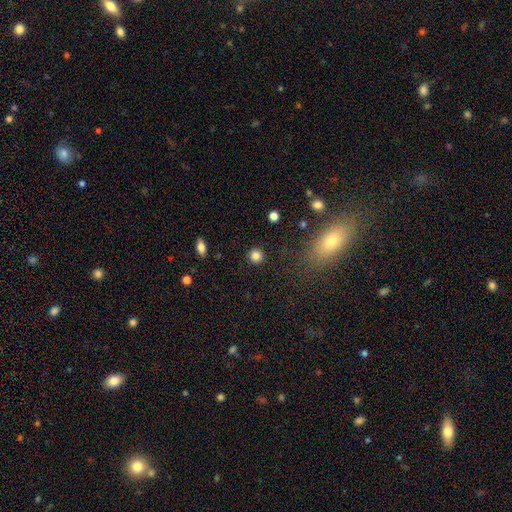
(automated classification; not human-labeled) Overall: smooth (85%). How rounded: round (92%). Merging: none (91%).